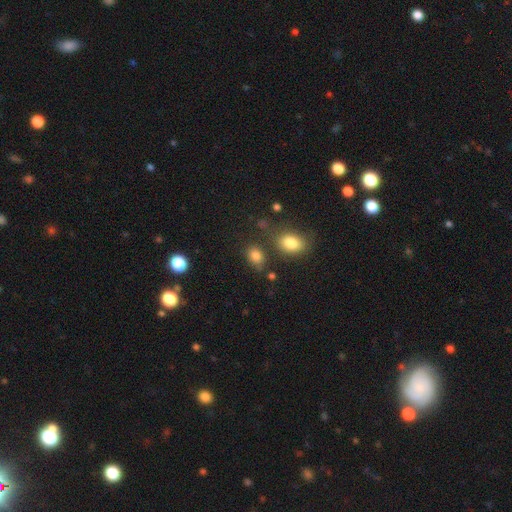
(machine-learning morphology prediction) smooth-or-featured: smooth: 82% | star or artifact: 12% | featured or disk: 6%
  how-rounded: in between: 70% | round: 29% | cigar-shaped: 2%
  merging: none: 68% | minor disturbance: 17% | merger: 10% | major disturbance: 6%